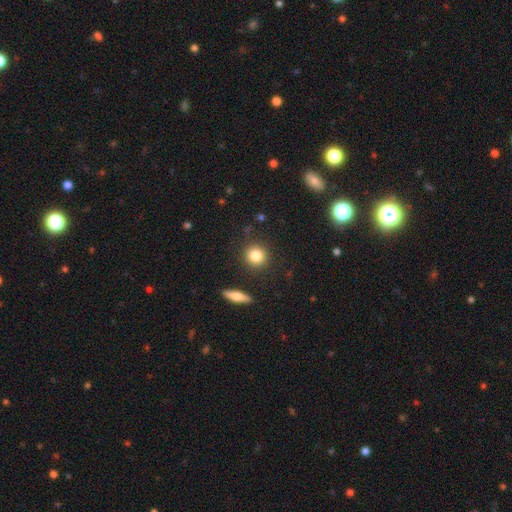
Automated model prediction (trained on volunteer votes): A smooth galaxy with no disk features (83%) that is round (88%). Merging: none (88%).